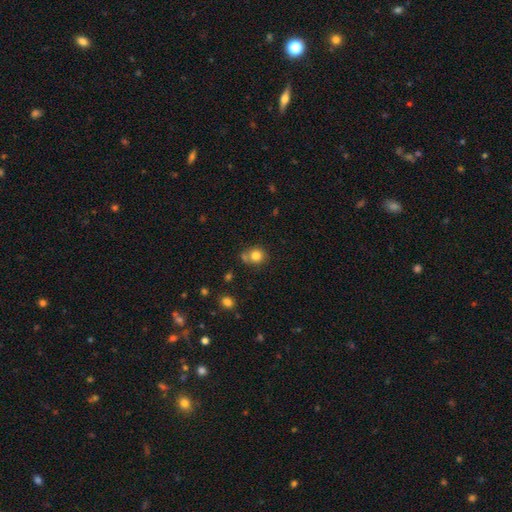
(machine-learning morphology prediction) A smooth galaxy with no disk features (81%) that is round (84%). Merging: none (60%).